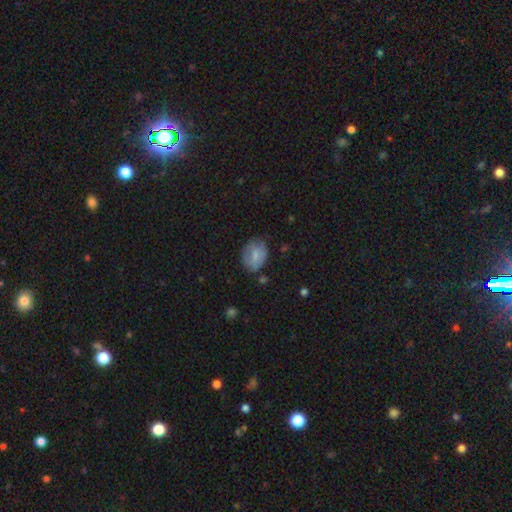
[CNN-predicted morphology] Smooth or featured?
  - smooth: 71% *
  - featured or disk: 21%
  - star or artifact: 8%
How rounded?
  - in between: 66% *
  - round: 33%
  - cigar-shaped: 1%
Merging?
  - none: 62% *
  - minor disturbance: 27%
  - major disturbance: 9%
  - merger: 3%